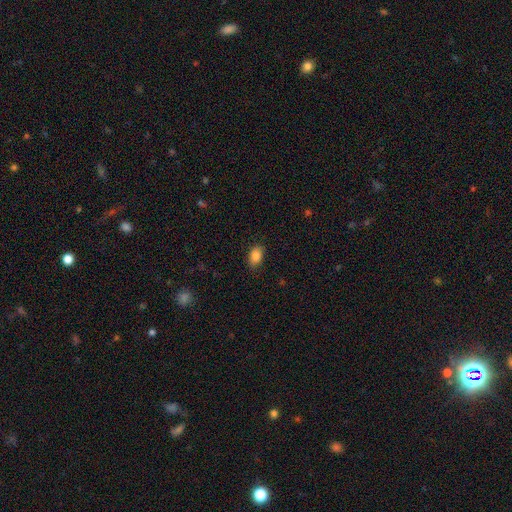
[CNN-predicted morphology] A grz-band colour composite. It shows a smooth galaxy with no disk features (86%) that is in between round and cigar-shaped (87%). Merging: none (84%).